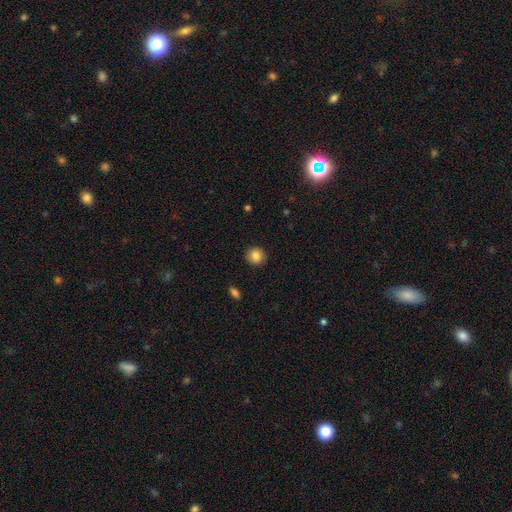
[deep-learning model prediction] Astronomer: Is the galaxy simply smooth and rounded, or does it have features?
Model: smooth — 85%.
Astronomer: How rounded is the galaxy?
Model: round — 86%.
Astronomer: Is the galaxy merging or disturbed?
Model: none — 89%.